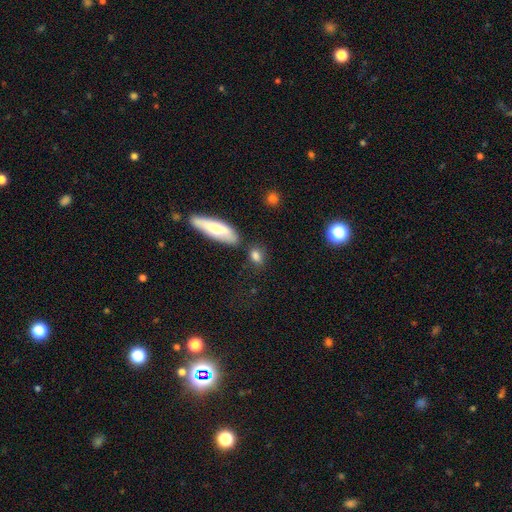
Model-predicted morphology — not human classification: smooth_or_featured: smooth (p=0.80) [alt: featured or disk p=0.10]
how_rounded: in between (p=0.68) [alt: round p=0.20]
merging: none (p=0.67) [alt: minor disturbance p=0.17]